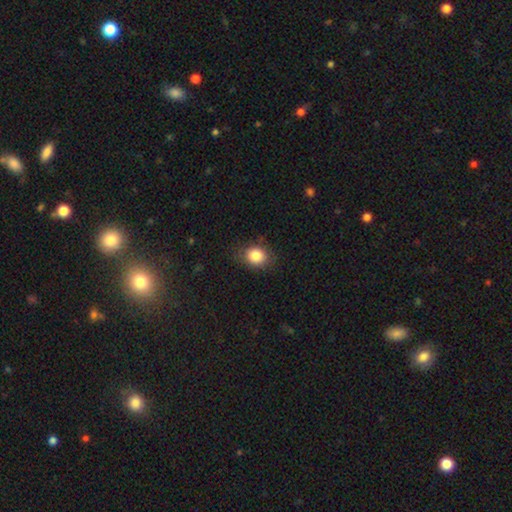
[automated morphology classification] type=smooth (85%); roundness=round (56%); merging=none (81%).